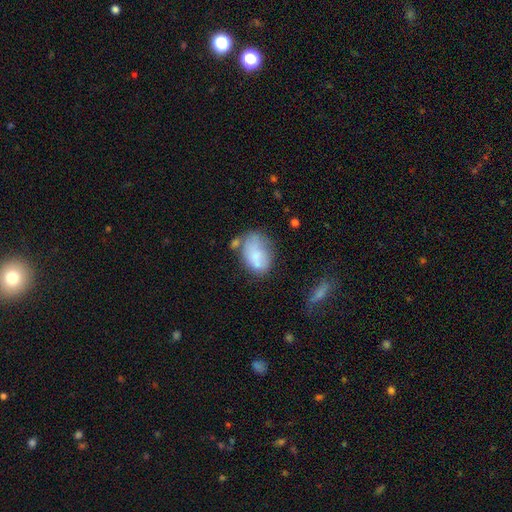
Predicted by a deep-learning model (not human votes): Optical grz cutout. It shows a smooth galaxy with no disk features (69%) that is in between round and cigar-shaped (84%). Merging: none (37%).